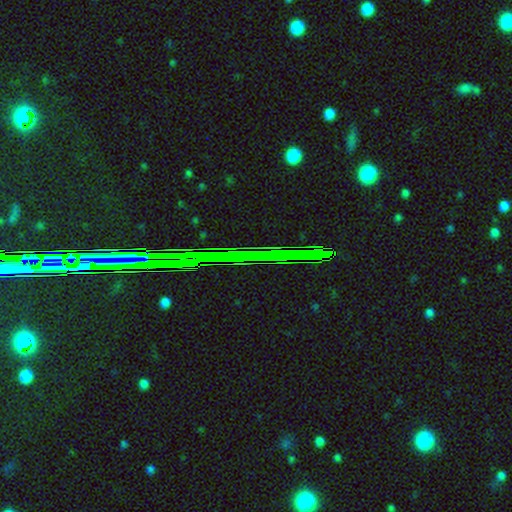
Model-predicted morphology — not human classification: Smooth or featured? Predicted: star or artifact (p=0.67).